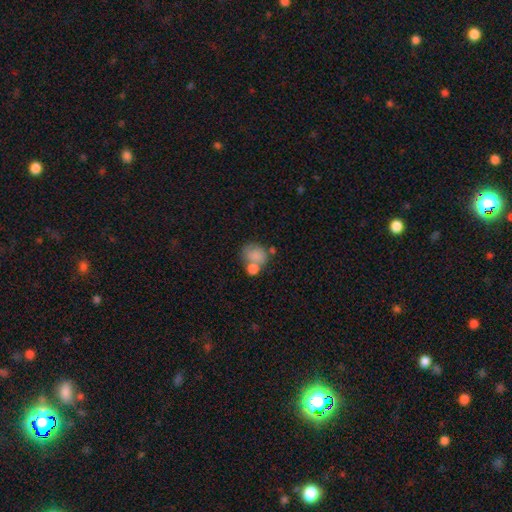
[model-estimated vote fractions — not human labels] This appears to be a smooth galaxy with no disk features (79%) that is round (51%). Merging: merger (39%).